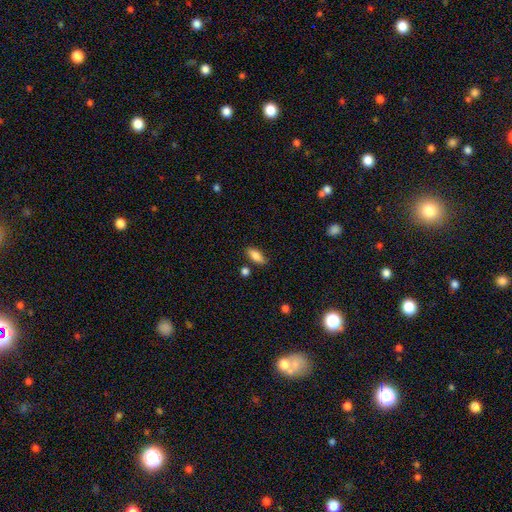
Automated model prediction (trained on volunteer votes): A smooth galaxy with no disk features (84%) that is in between round and cigar-shaped (85%).

Vote fractions:
- Smooth or featured? smooth: 84% / featured or disk: 9% / star or artifact: 7%
- How rounded? in between: 85% / cigar-shaped: 12% / round: 3%
- Merging? none: 80% / minor disturbance: 13% / merger: 4% / major disturbance: 3%